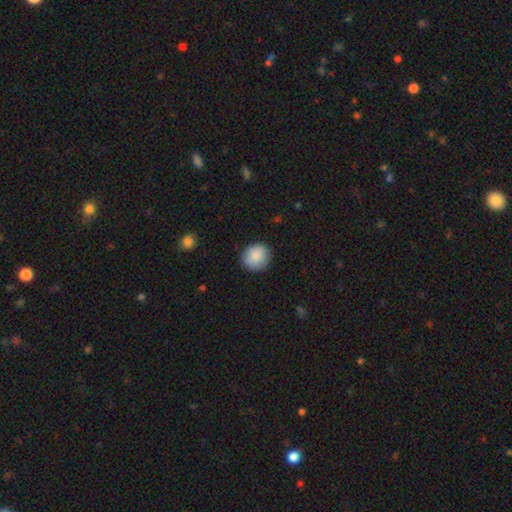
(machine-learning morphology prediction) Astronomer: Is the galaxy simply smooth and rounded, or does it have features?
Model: smooth — 88%.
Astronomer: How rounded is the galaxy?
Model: round — 90%.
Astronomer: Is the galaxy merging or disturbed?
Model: none — 89%.